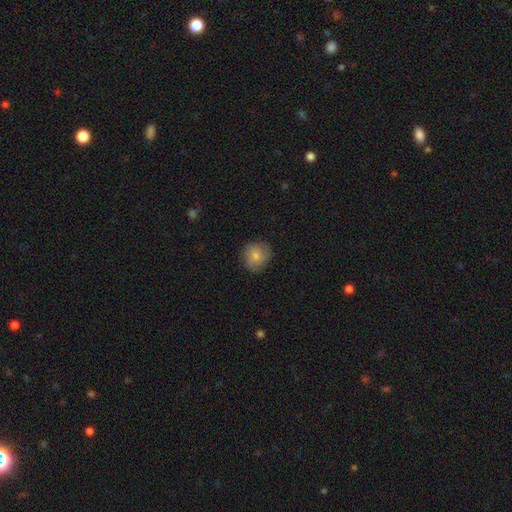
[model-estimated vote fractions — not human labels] Q: Smooth or featured?
A: smooth (78%); runner-up: featured or disk (15%)
Q: How rounded?
A: round (83%); runner-up: in between (16%)
Q: Merging?
A: none (80%); runner-up: minor disturbance (16%)